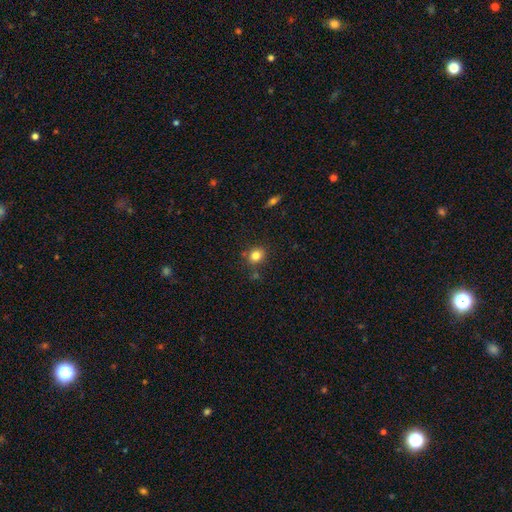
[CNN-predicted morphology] Q: Smooth or featured?
A: smooth (81%); runner-up: star or artifact (12%)
Q: How rounded?
A: round (76%); runner-up: in between (23%)
Q: Merging?
A: none (78%); runner-up: minor disturbance (12%)